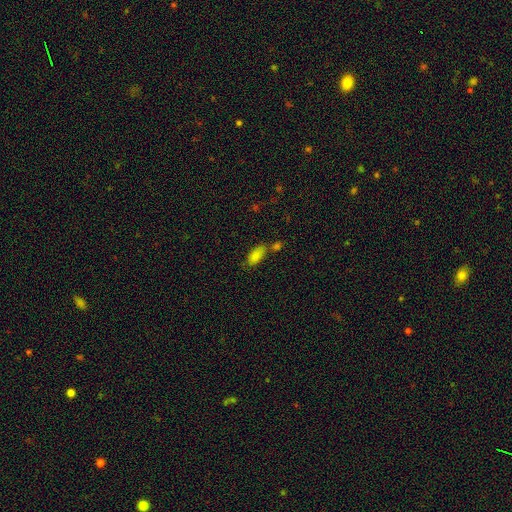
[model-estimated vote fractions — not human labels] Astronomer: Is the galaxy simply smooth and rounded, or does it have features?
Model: smooth — 83%.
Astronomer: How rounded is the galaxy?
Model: in between — 86%.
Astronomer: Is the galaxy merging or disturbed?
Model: none — 54%.